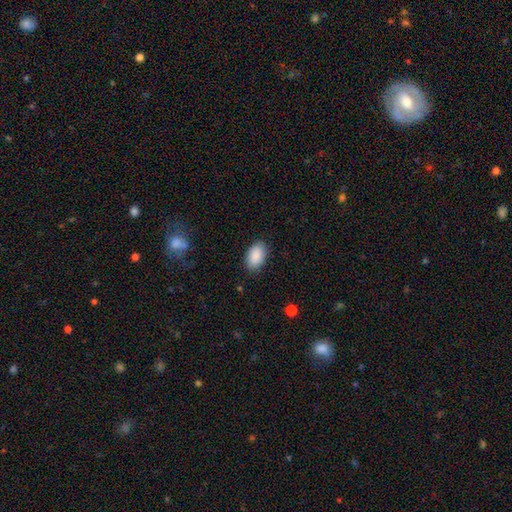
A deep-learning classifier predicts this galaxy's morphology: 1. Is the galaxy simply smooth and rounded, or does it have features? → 89% smooth, 6% star or artifact, 4% featured or disk.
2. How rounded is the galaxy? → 93% in between, 6% round, 1% cigar-shaped.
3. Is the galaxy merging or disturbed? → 85% none, 11% minor disturbance, 3% major disturbance, 1% merger.